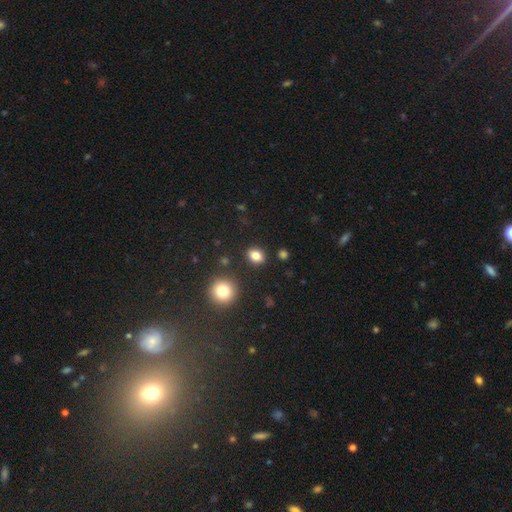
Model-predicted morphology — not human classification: Q: Smooth or featured?
A: smooth (82%); runner-up: star or artifact (11%)
Q: How rounded?
A: in between (51%); runner-up: round (48%)
Q: Merging?
A: none (87%); runner-up: minor disturbance (8%)